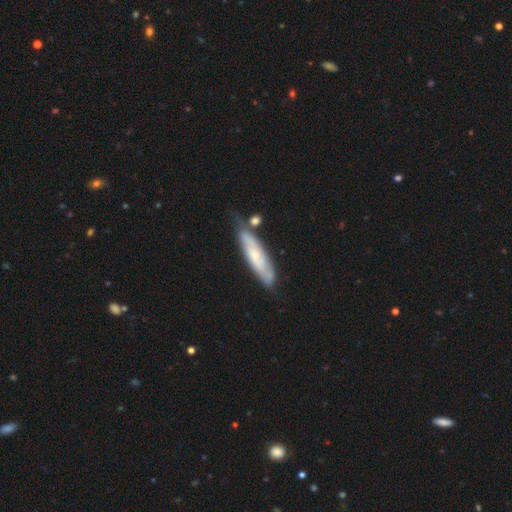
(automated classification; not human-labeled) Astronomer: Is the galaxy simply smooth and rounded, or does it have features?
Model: featured or disk — 54% (runner-up: smooth, 40%).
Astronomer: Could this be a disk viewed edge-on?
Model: no — 61% (runner-up: yes, 39%).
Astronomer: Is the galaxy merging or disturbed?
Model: none — 61%.